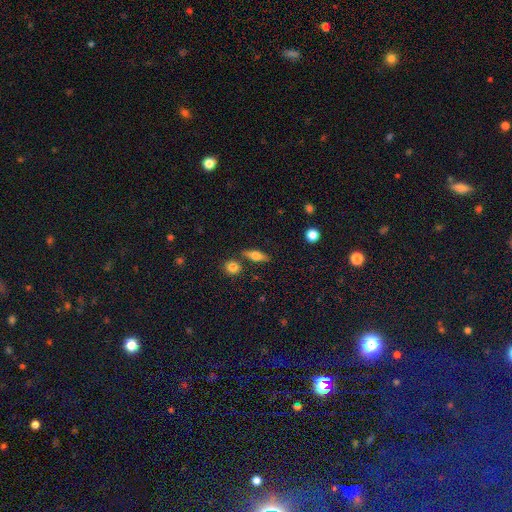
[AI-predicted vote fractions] Smooth or featured: smooth — 51% (featured or disk — 41%)
How rounded: in between — 55% (cigar-shaped — 39%)
Merging: none — 79% (minor disturbance — 10%)